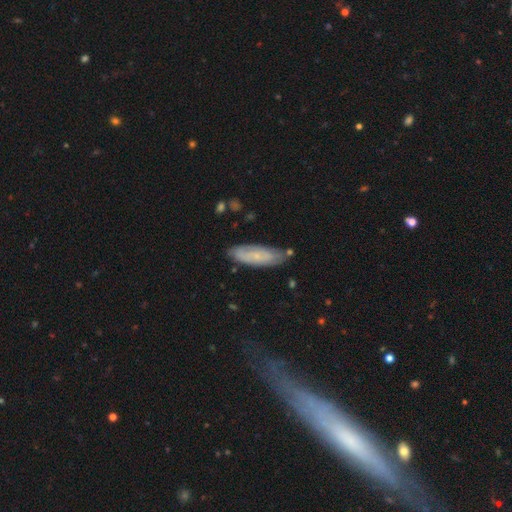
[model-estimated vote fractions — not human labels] Morphology: type=smooth (53%); roundness=in between (53%); merging=none (73%).